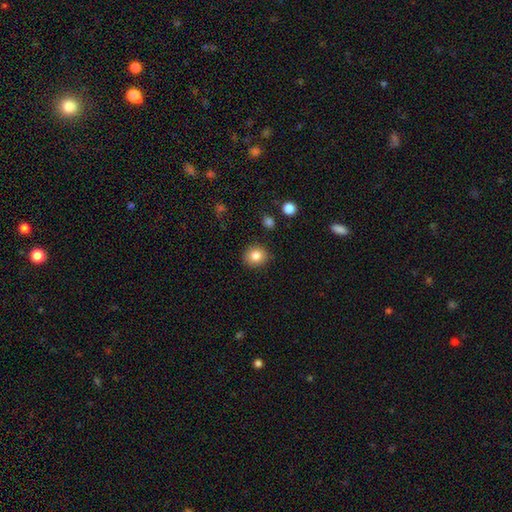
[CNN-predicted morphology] A smooth galaxy with no disk features (83%) that is round (80%).

Vote fractions:
- Smooth or featured? smooth: 83% / star or artifact: 10% / featured or disk: 7%
- How rounded? round: 80% / in between: 19% / cigar-shaped: 1%
- Merging? none: 89% / minor disturbance: 8% / major disturbance: 2% / merger: 2%